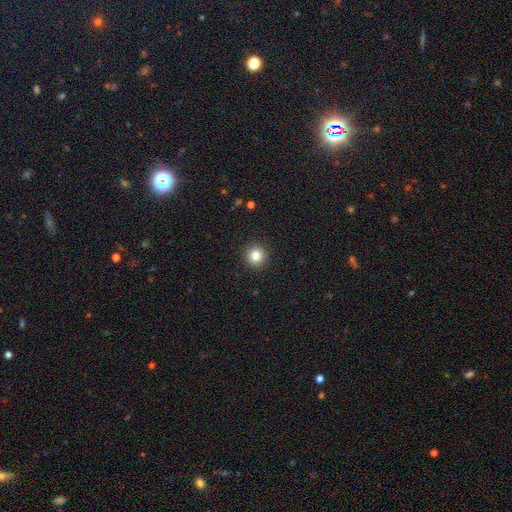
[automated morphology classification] Q: Smooth or featured?
A: smooth (82%); runner-up: star or artifact (11%)
Q: How rounded?
A: round (95%); runner-up: in between (4%)
Q: Merging?
A: none (92%); runner-up: minor disturbance (5%)